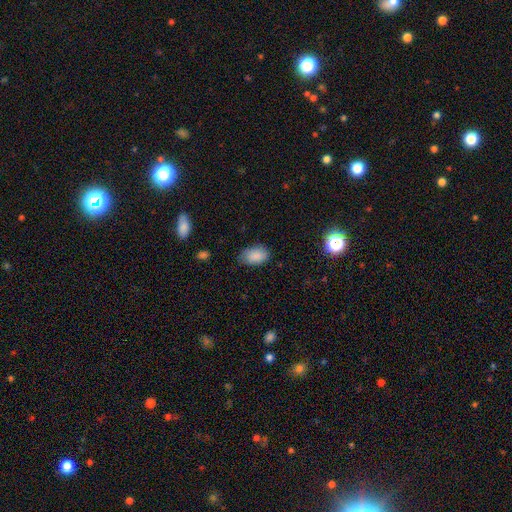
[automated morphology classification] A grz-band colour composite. It shows a smooth galaxy with no disk features (87%) that is in between round and cigar-shaped (91%). Merging: none (73%).